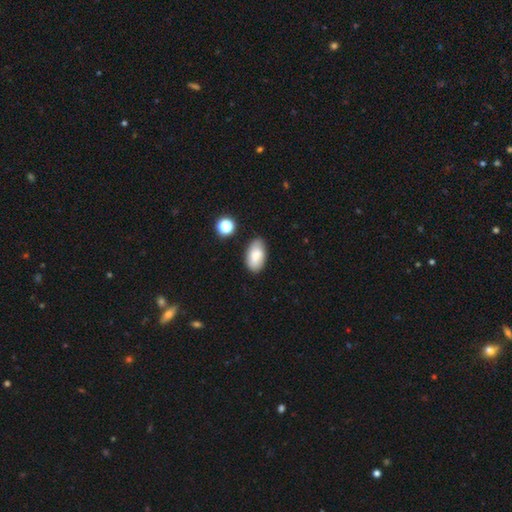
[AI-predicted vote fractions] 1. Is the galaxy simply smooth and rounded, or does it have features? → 81% smooth, 11% featured or disk, 8% star or artifact.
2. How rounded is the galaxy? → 94% in between, 4% round, 2% cigar-shaped.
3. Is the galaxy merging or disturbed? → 76% none, 17% minor disturbance, 3% major disturbance, 3% merger.